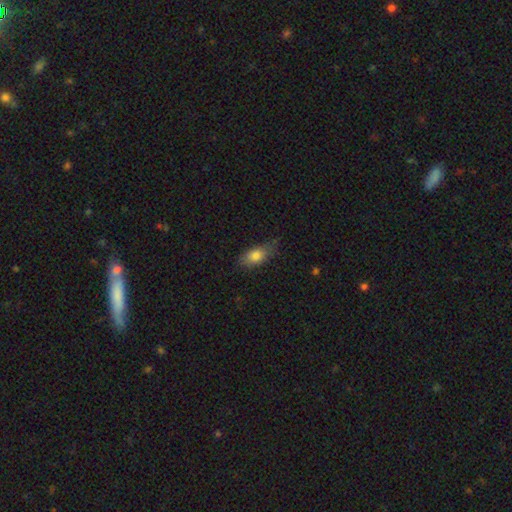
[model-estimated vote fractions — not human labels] Smooth or featured?
  - smooth: 80% *
  - featured or disk: 12%
  - star or artifact: 8%
How rounded?
  - in between: 84% *
  - cigar-shaped: 10%
  - round: 7%
Merging?
  - none: 61% *
  - minor disturbance: 30%
  - major disturbance: 7%
  - merger: 2%